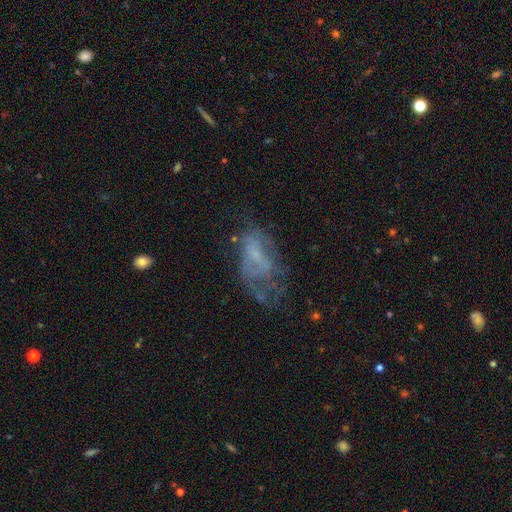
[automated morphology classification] Smooth or featured: featured or disk — 52% (smooth — 34%)
Edge-on disk: no — 95% (yes — 5%)
Merging: none — 37% (major disturbance — 36%)